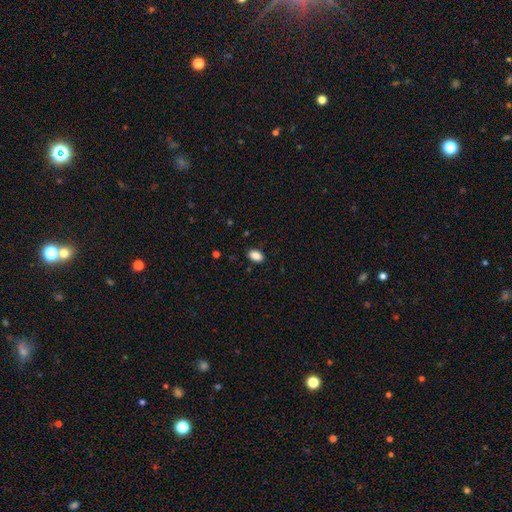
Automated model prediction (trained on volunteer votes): Smooth or featured: smooth — 88% (star or artifact — 9%)
How rounded: in between — 87% (round — 12%)
Merging: none — 88% (minor disturbance — 9%)